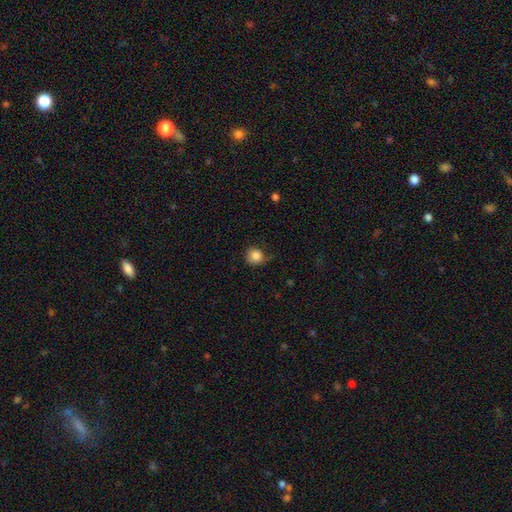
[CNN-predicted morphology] This is clearly a smooth galaxy (85%). How rounded: clearly round (90%). Merging: likely none (69%).